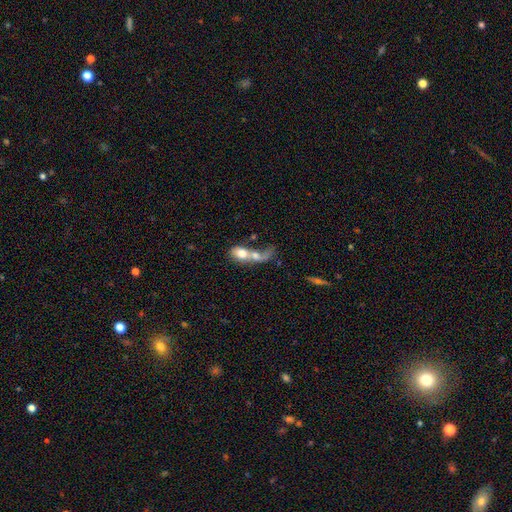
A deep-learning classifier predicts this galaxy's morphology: type=smooth (63%); roundness=in between (66%); merging=merger (73%).